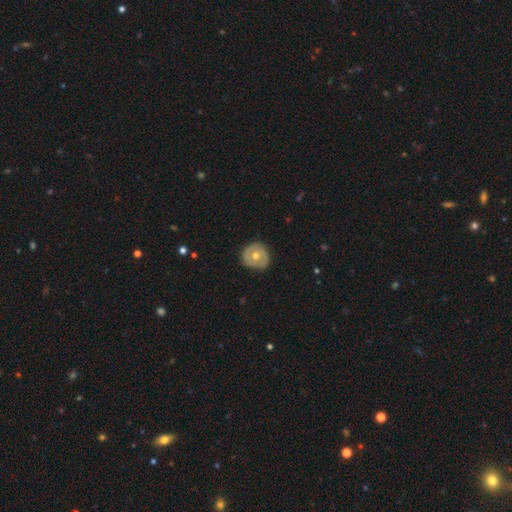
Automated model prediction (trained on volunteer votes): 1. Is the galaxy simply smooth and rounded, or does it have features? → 54% featured or disk, 39% smooth, 7% star or artifact.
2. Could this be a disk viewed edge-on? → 95% no, 5% yes.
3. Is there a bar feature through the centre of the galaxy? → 85% no, 12% weak, 3% strong.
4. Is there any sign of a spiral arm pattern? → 62% no, 38% yes.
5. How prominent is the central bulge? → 75% moderate, 21% small, 3% large, 1% none, 1% dominant.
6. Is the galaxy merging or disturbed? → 82% none, 14% minor disturbance, 3% major disturbance, 1% merger.